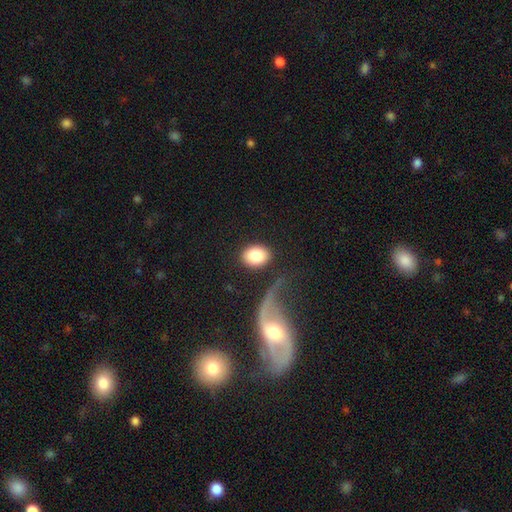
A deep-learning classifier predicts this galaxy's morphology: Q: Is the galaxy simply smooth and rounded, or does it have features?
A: smooth — 83%.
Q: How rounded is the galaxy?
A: in between — 66%.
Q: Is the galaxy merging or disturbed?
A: none — 78%.